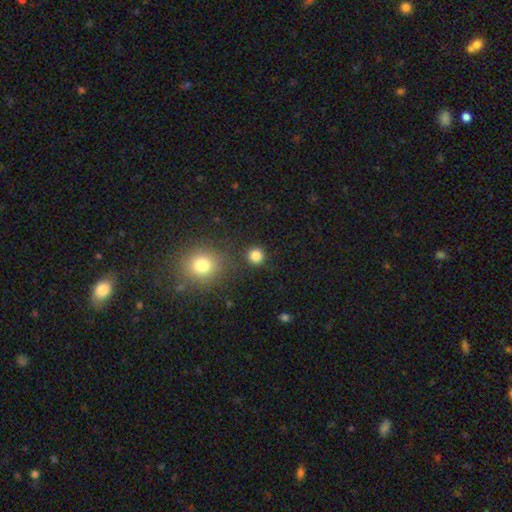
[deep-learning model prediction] A smooth galaxy with no disk features (82%) that is round (92%).

Vote fractions:
- Smooth or featured? smooth: 82% / star or artifact: 13% / featured or disk: 4%
- How rounded? round: 92% / in between: 7% / cigar-shaped: 1%
- Merging? none: 87% / minor disturbance: 6% / merger: 4% / major disturbance: 3%